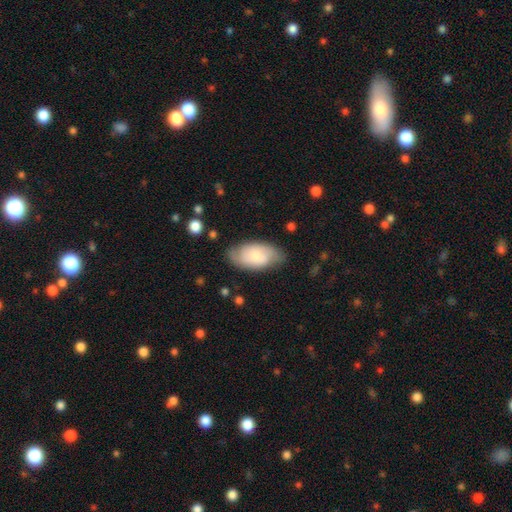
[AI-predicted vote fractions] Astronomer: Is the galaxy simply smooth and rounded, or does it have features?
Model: smooth — 59% (runner-up: featured or disk, 35%).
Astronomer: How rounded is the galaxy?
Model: in between — 94%.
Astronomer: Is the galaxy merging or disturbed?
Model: none — 72%.